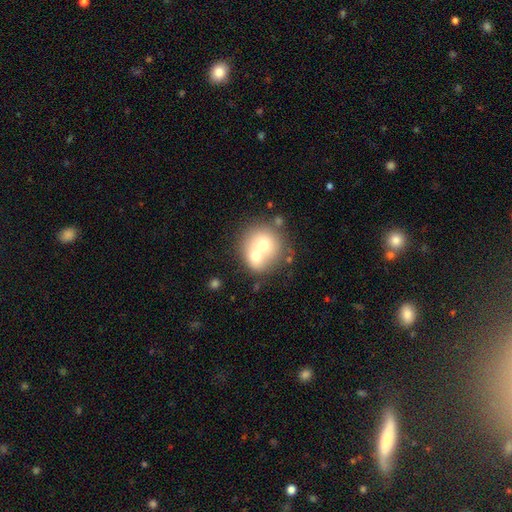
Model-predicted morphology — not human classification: The model was most divided on "merging": merger: 61%, none: 29%, minor disturbance: 6%, major disturbance: 3%. More confident: how rounded — round (82%); smooth or featured — smooth (65%).